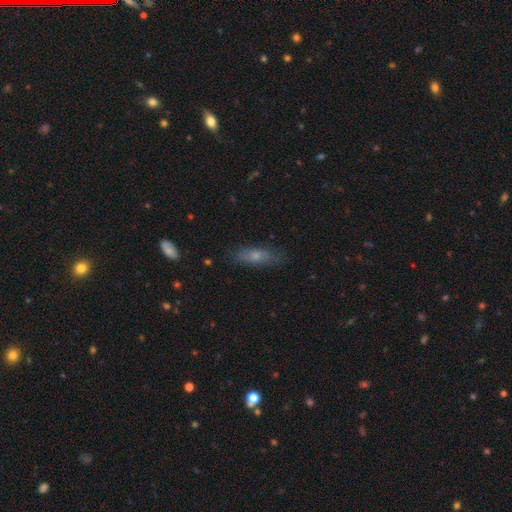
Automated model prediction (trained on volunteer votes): Q: Smooth or featured?
A: smooth (60%); runner-up: featured or disk (31%)
Q: How rounded?
A: cigar-shaped (49%); runner-up: in between (48%)
Q: Merging?
A: none (77%); runner-up: minor disturbance (17%)